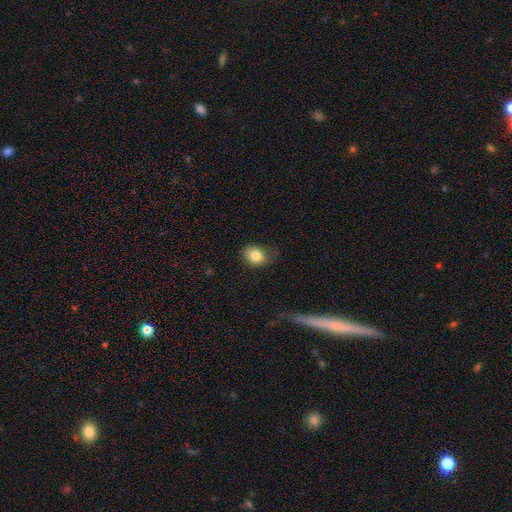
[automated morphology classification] This appears to be a smooth galaxy with no disk features (83%) that is in between round and cigar-shaped (55%). Merging: none (63%).